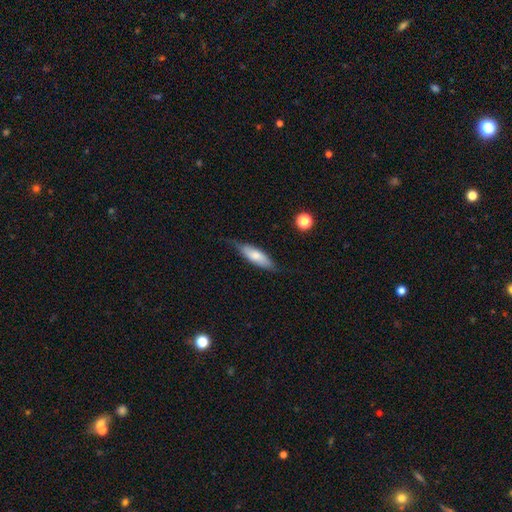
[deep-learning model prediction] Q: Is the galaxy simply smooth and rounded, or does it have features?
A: smooth — 69%.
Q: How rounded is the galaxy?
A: in between — 53%.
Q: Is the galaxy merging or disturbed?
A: none — 64%.